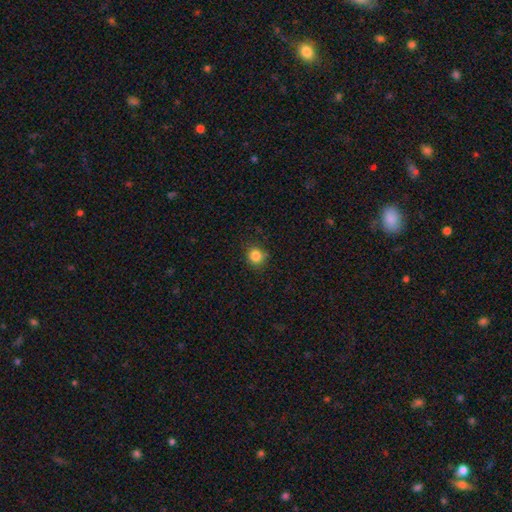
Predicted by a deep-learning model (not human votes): This is clearly a smooth galaxy (84%). How rounded: clearly round (83%). Merging: clearly none (83%).